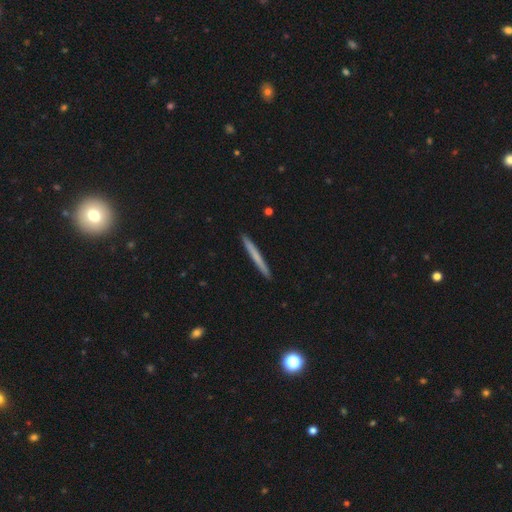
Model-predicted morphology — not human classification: The model was most divided on "smooth or featured": smooth: 63%, featured or disk: 32%, star or artifact: 5%. More confident: how rounded — cigar-shaped (97%); merging — none (93%).